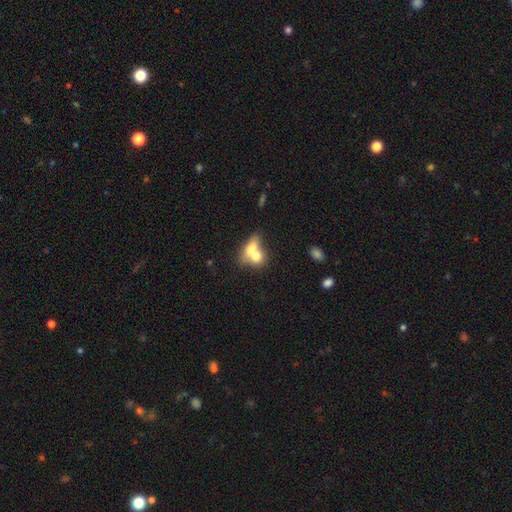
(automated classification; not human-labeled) Morphology: type=smooth (67%); roundness=in between (57%); merging=merger (73%).